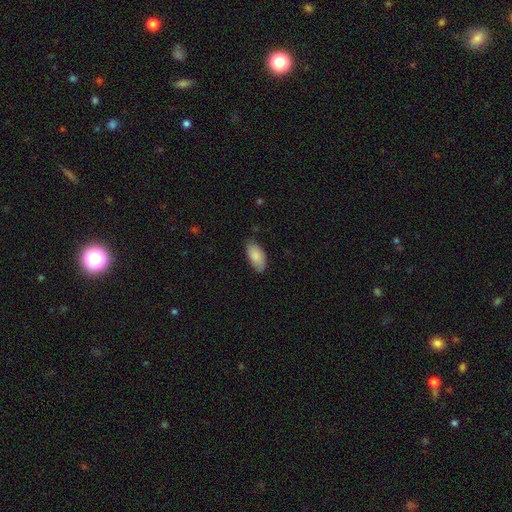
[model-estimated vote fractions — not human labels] Overall: smooth (87%). How rounded: in between (93%). Merging: none (75%).